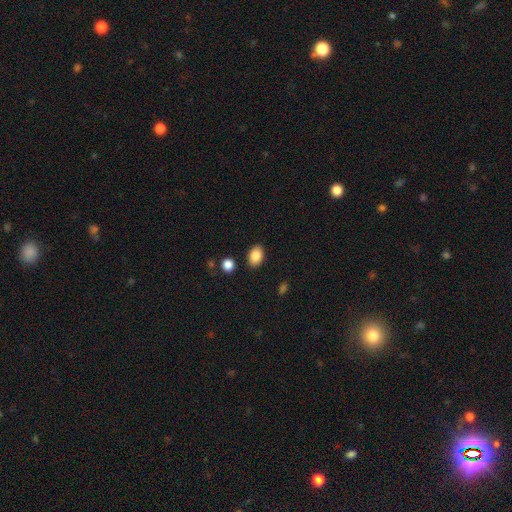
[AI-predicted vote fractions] Smooth or featured?
  - smooth: 87% *
  - star or artifact: 8%
  - featured or disk: 5%
How rounded?
  - in between: 83% *
  - round: 16%
  - cigar-shaped: 1%
Merging?
  - none: 87% *
  - minor disturbance: 9%
  - merger: 3%
  - major disturbance: 2%